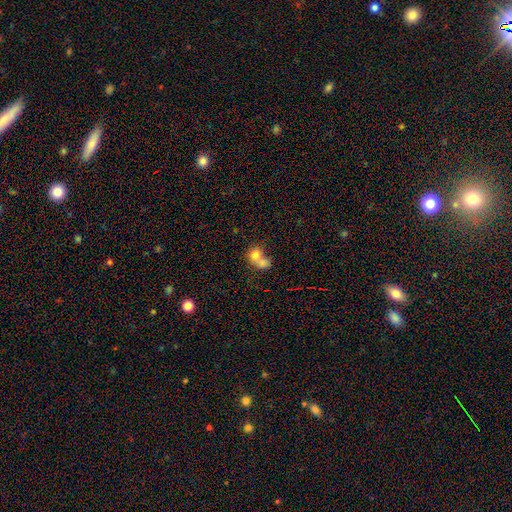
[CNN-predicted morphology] A smooth galaxy with no disk features (72%) that is round (62%).

Vote fractions:
- Smooth or featured? smooth: 72% / featured or disk: 17% / star or artifact: 11%
- How rounded? round: 62% / in between: 37% / cigar-shaped: 1%
- Merging? merger: 70% / none: 20% / minor disturbance: 6% / major disturbance: 5%